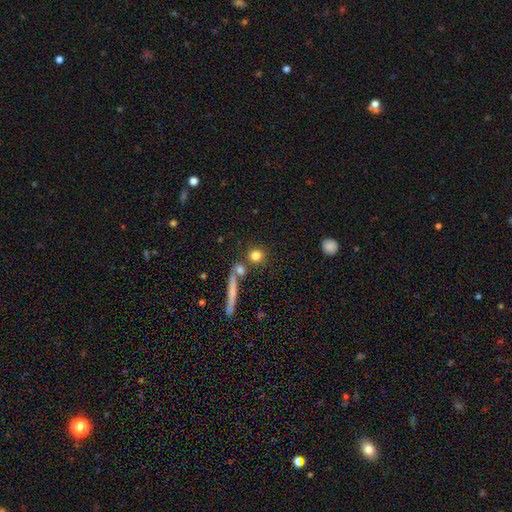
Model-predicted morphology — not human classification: smooth-or-featured: smooth: 80% | star or artifact: 10% | featured or disk: 10%
  how-rounded: round: 83% | in between: 11% | cigar-shaped: 6%
  merging: none: 74% | merger: 14% | minor disturbance: 9% | major disturbance: 4%